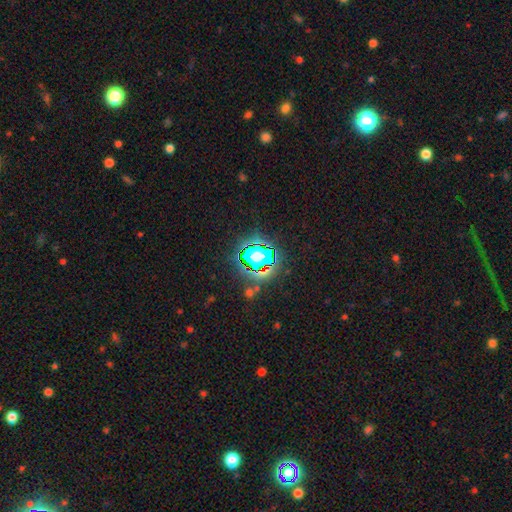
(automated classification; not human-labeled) Smooth or featured? Predicted: star or artifact (p=0.59).